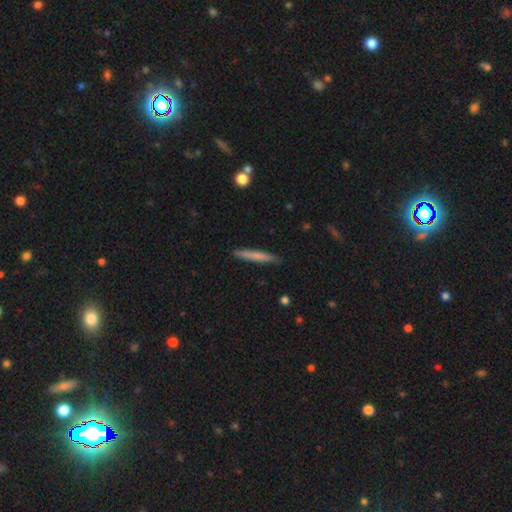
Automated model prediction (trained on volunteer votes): smooth-or-featured: smooth: 69% | featured or disk: 26% | star or artifact: 6%
  how-rounded: cigar-shaped: 95% | in between: 3% | round: 1%
  merging: none: 88% | minor disturbance: 9% | major disturbance: 2% | merger: 1%